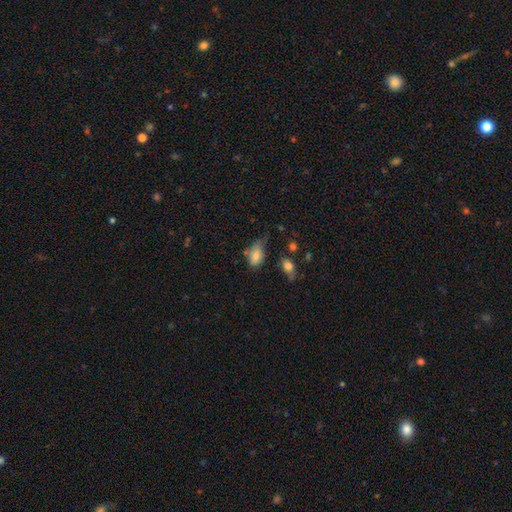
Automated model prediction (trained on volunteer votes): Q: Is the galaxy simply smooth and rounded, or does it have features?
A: smooth — 73%.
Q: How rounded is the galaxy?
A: in between — 83%.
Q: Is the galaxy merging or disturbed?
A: minor disturbance — 40%.